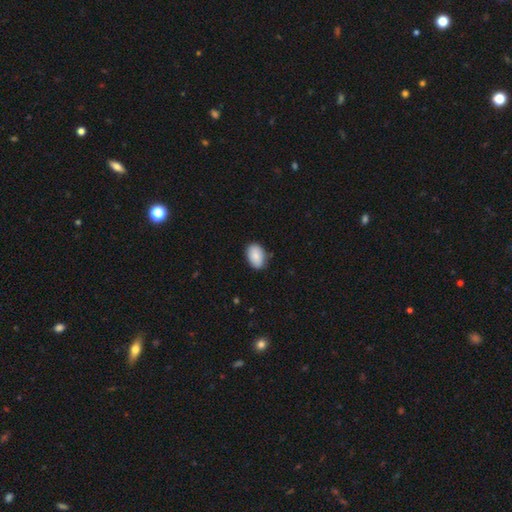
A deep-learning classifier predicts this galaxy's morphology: smooth_or_featured: smooth (p=0.86) [alt: featured or disk p=0.07]
how_rounded: in between (p=0.89) [alt: round p=0.10]
merging: none (p=0.83) [alt: minor disturbance p=0.13]